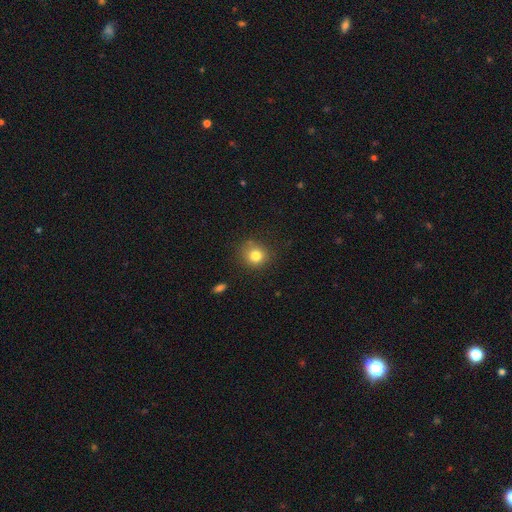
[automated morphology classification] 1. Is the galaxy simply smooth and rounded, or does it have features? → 81% smooth, 12% star or artifact, 7% featured or disk.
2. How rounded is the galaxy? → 85% round, 14% in between, 1% cigar-shaped.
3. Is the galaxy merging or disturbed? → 81% none, 13% minor disturbance, 4% major disturbance, 2% merger.